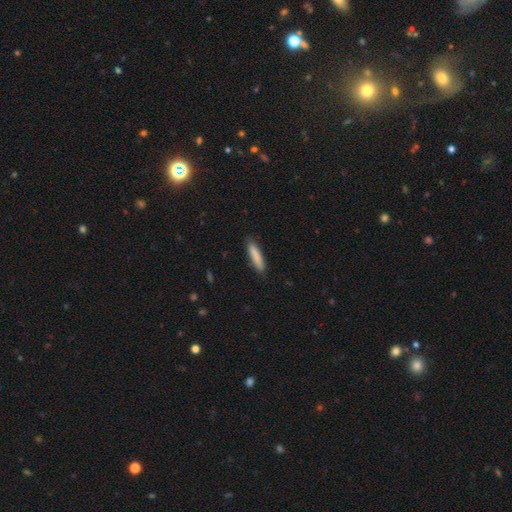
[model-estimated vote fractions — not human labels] Q: Smooth or featured?
A: smooth (86%); runner-up: featured or disk (8%)
Q: How rounded?
A: cigar-shaped (82%); runner-up: in between (17%)
Q: Merging?
A: none (86%); runner-up: minor disturbance (11%)